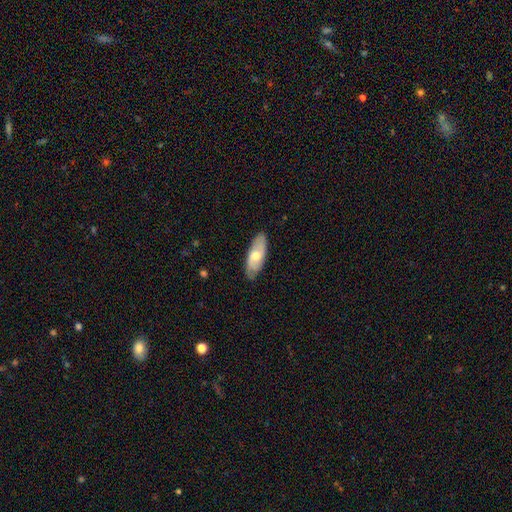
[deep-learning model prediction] Smooth or featured?
  - smooth: 55% *
  - featured or disk: 40%
  - star or artifact: 6%
How rounded?
  - in between: 77% *
  - cigar-shaped: 21%
  - round: 2%
Merging?
  - none: 83% *
  - minor disturbance: 13%
  - major disturbance: 2%
  - merger: 1%